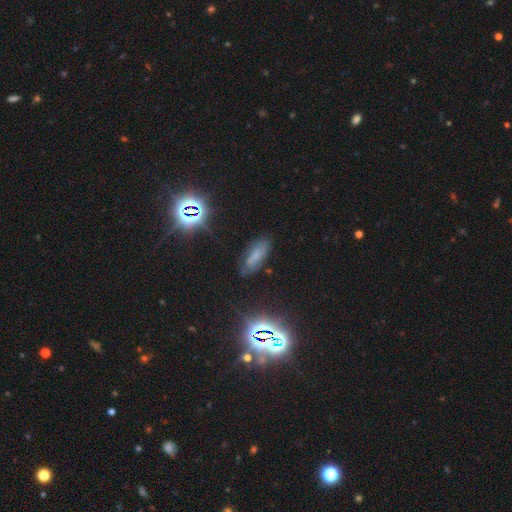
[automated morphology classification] smooth 48%, star or artifact 28%, featured or disk 25%. Down the decision tree: merging — none (73%).